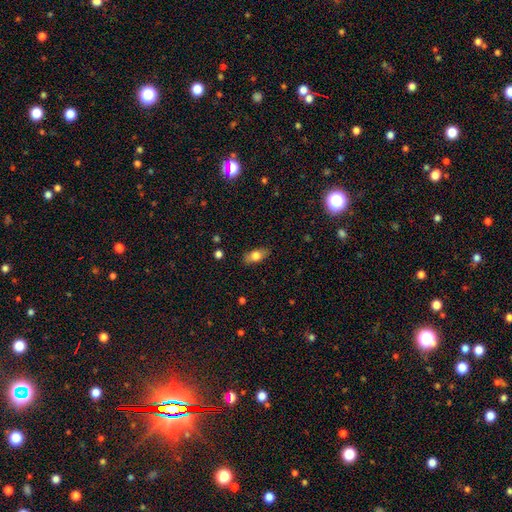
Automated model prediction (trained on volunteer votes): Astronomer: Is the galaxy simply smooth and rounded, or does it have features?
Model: smooth — 76%.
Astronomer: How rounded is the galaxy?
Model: in between — 84%.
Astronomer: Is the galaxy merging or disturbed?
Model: none — 85%.